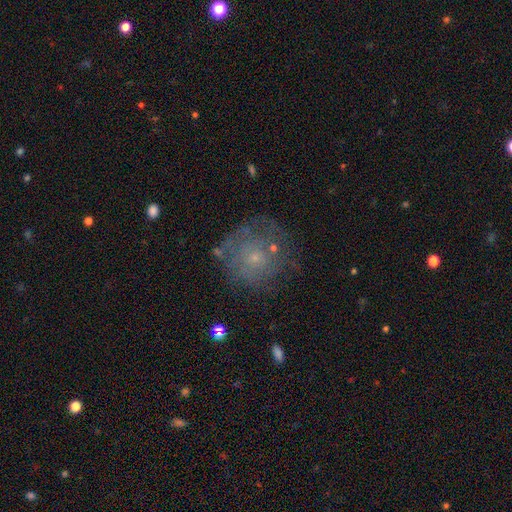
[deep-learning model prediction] The model was most divided on "smooth or featured" (2-way tie): smooth: 41%, featured or disk: 41%, star or artifact: 18%. More confident: merging — none (69%).